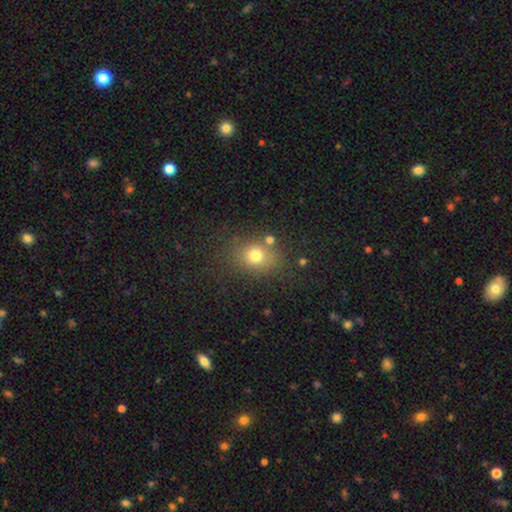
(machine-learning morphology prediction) Smooth or featured: smooth — 73% (star or artifact — 17%)
How rounded: round — 61% (in between — 38%)
Merging: none — 74% (minor disturbance — 13%)